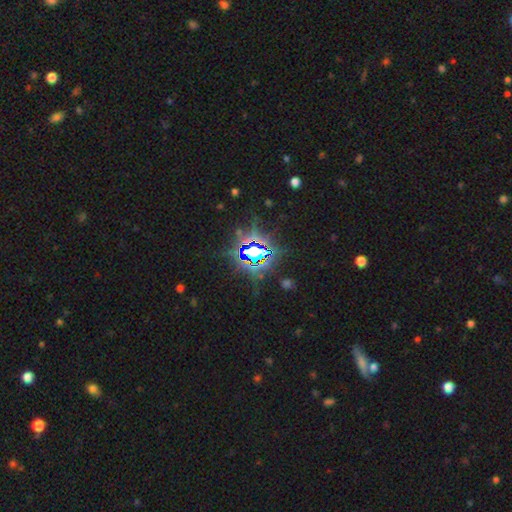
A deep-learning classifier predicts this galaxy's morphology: This appears to be a star or artifact, not a galaxy (82%).